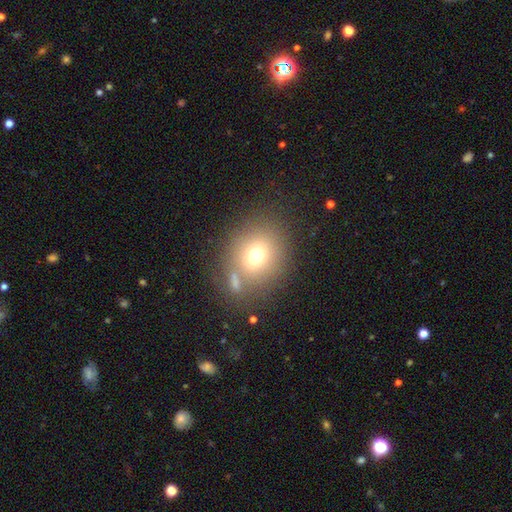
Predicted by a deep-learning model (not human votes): This appears to be a smooth galaxy with no disk features (71%) that is round (74%). Merging: none (71%).